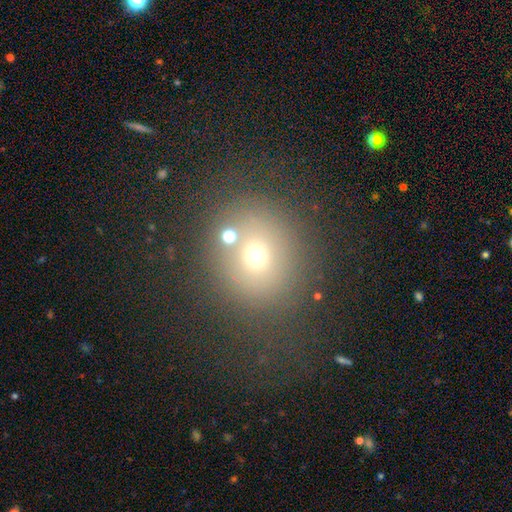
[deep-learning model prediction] This appears to be a smooth galaxy with no disk features (63%) that is round (83%). Merging: none (67%).